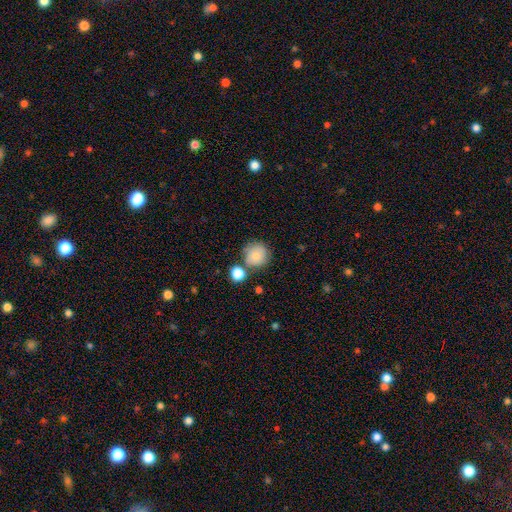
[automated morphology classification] A smooth galaxy with no disk features (81%) that is round (92%). Merging: none (66%).